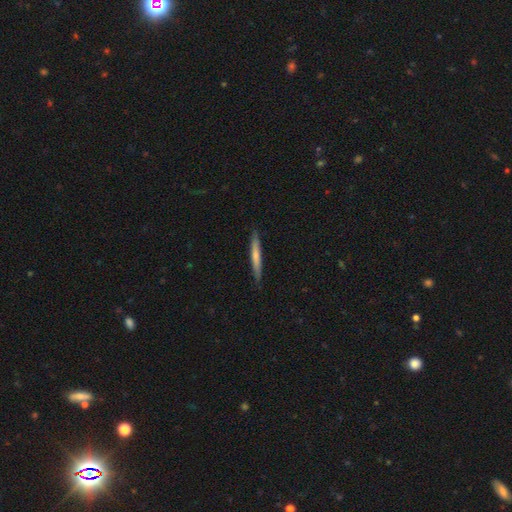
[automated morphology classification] A smooth galaxy with no disk features (62%) that is cigar-shaped (95%). Merging: none (87%).